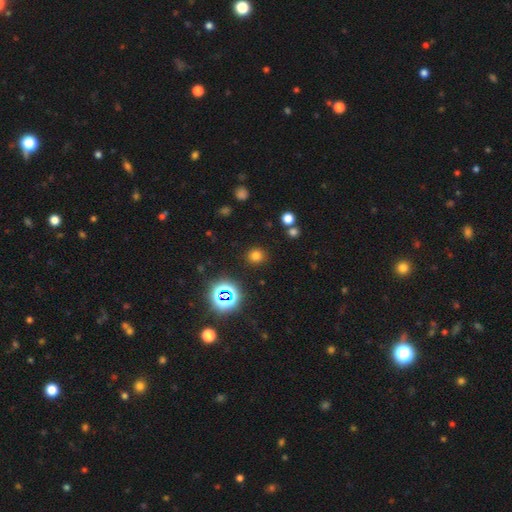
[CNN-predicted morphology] Q: Smooth or featured?
A: smooth (72%); runner-up: star or artifact (23%)
Q: How rounded?
A: round (86%); runner-up: in between (13%)
Q: Merging?
A: none (87%); runner-up: minor disturbance (7%)